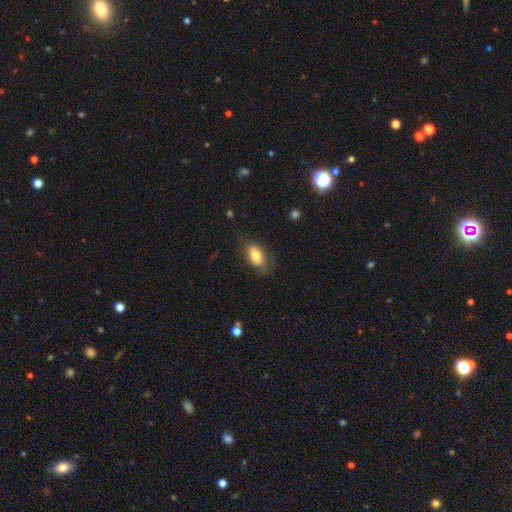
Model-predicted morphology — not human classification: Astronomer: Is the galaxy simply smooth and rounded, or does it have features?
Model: smooth — 77%.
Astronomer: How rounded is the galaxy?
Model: in between — 89%.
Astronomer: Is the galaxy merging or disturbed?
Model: none — 70%.